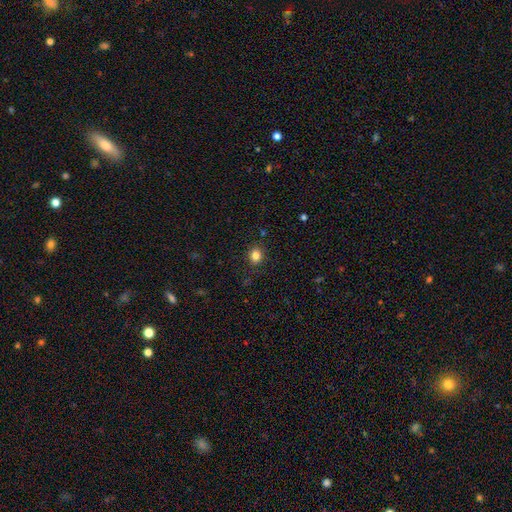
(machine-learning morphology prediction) Overall: smooth (83%). How rounded: round (69%; in between 30%). Merging: none (87%).